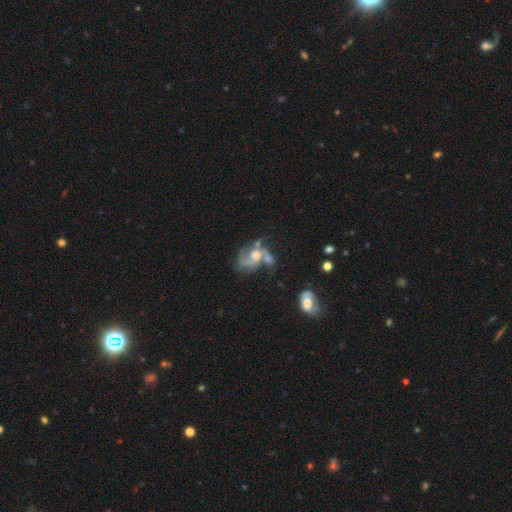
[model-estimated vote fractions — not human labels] Smooth or featured: featured or disk — 73% (smooth — 18%)
Edge-on disk: no — 97% (yes — 3%)
Bar: no — 70% (weak — 25%)
Spiral arms: yes — 79% (no — 21%)
Spiral winding: medium — 45% (loose — 38%)
Spiral arm count: 2 — 60% (can't tell — 16%)
Bulge size: moderate — 53% (large — 17%)
Merging: merger — 31% (major disturbance — 27%)